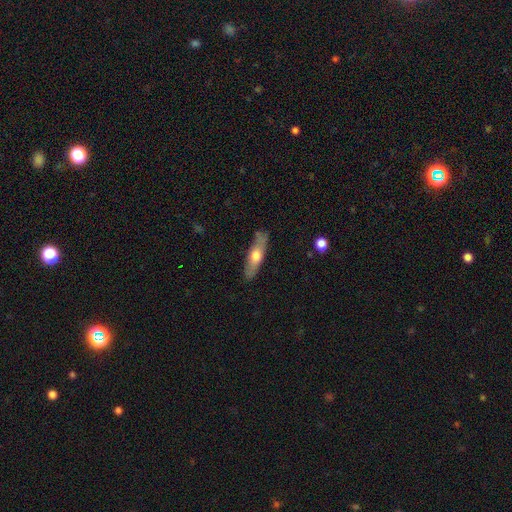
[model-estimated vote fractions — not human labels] A smooth galaxy with no disk features (54%) that is cigar-shaped (64%).

Vote fractions:
- Smooth or featured? smooth: 54% / featured or disk: 41% / star or artifact: 5%
- How rounded? cigar-shaped: 64% / in between: 34% / round: 2%
- Merging? none: 83% / minor disturbance: 13% / major disturbance: 3% / merger: 2%